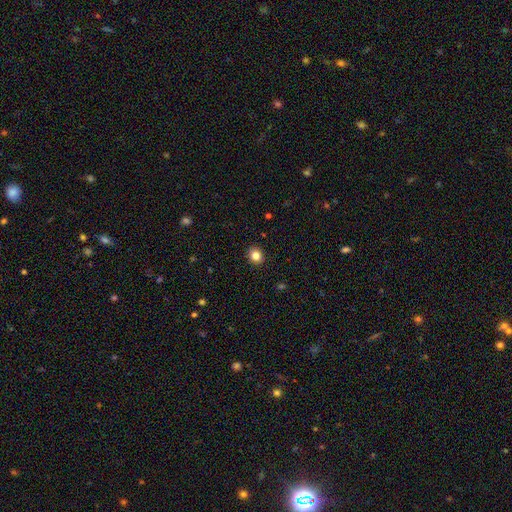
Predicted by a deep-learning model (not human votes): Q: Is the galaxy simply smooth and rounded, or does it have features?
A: smooth — 84%.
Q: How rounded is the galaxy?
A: round — 73%.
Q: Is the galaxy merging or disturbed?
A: none — 91%.